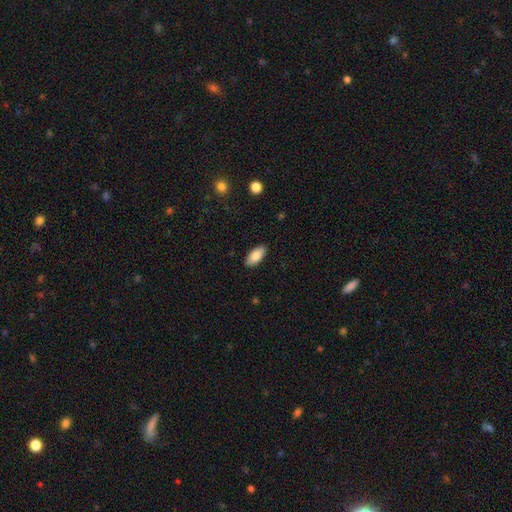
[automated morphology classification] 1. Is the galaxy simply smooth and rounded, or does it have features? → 86% smooth, 7% featured or disk, 6% star or artifact.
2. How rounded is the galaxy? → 90% in between, 8% cigar-shaped, 2% round.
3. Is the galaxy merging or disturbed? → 89% none, 8% minor disturbance, 2% major disturbance, 1% merger.